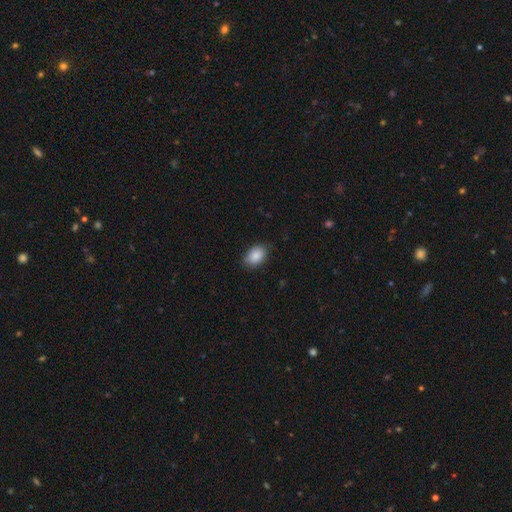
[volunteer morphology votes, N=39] smooth_or_featured: smooth (p=0.97) [alt: star or artifact p=0.03]
how_rounded: in between (p=0.87) [alt: round p=0.13]
merging: none (p=0.76) [alt: minor disturbance p=0.18]